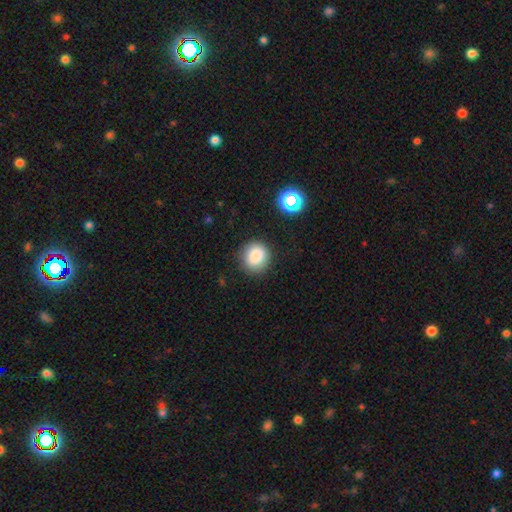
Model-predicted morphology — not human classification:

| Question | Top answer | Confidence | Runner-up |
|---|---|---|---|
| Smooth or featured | smooth | 85% | star or artifact (11%) |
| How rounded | round | 89% | in between (11%) |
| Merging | none | 87% | minor disturbance (9%) |